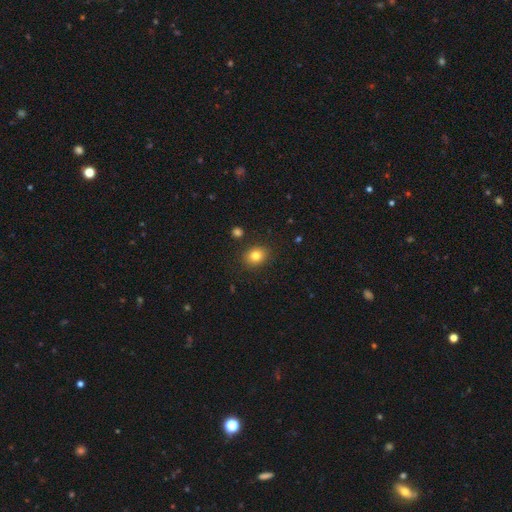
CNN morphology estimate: Q: Smooth or featured?
A: smooth (81%); runner-up: star or artifact (11%)
Q: How rounded?
A: round (60%); runner-up: in between (40%)
Q: Merging?
A: none (88%); runner-up: minor disturbance (8%)